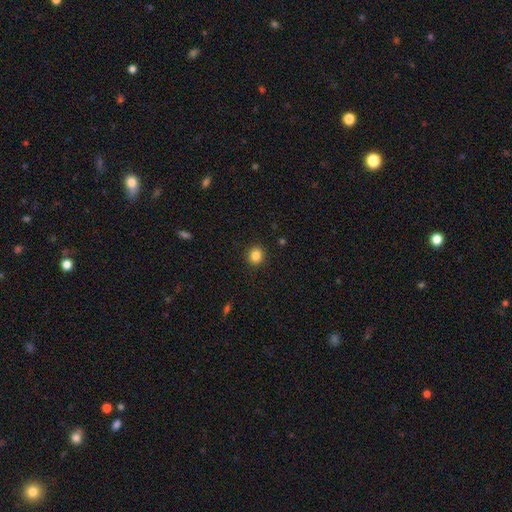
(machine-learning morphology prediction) Smooth or featured? smooth (85%)
How rounded? round (88%)
Merging? none (92%)